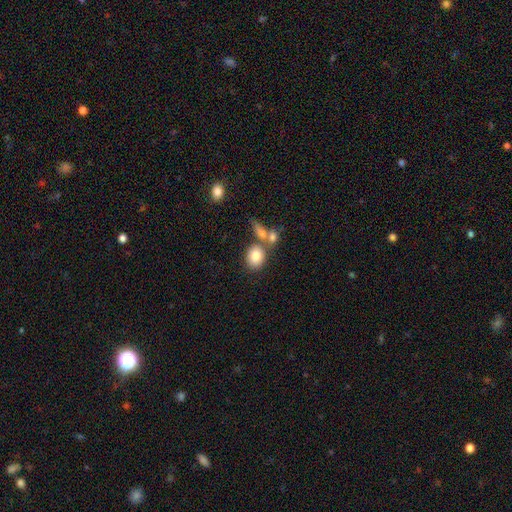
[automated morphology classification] Smooth or featured?
  - smooth: 80% *
  - featured or disk: 11%
  - star or artifact: 9%
How rounded?
  - in between: 49% * (tied)
  - round: 49% * (tied)
  - cigar-shaped: 2%
Merging?
  - none: 51% *
  - merger: 32%
  - minor disturbance: 11%
  - major disturbance: 5%